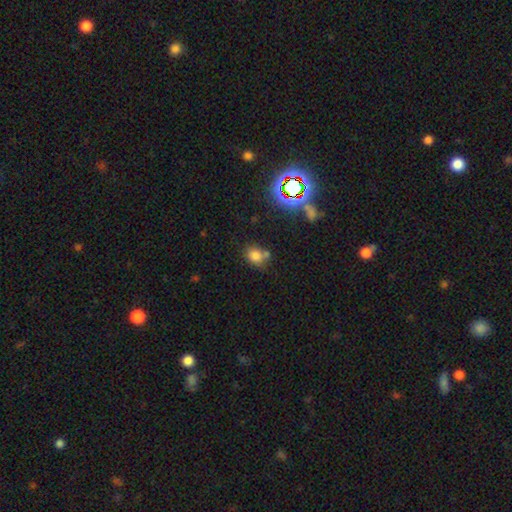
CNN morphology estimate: A smooth galaxy with no disk features (75%) that is round (52%).

Vote fractions:
- Smooth or featured? smooth: 75% / star or artifact: 16% / featured or disk: 9%
- How rounded? round: 52% / in between: 47% / cigar-shaped: 1%
- Merging? none: 57% / merger: 20% / minor disturbance: 17% / major disturbance: 6%